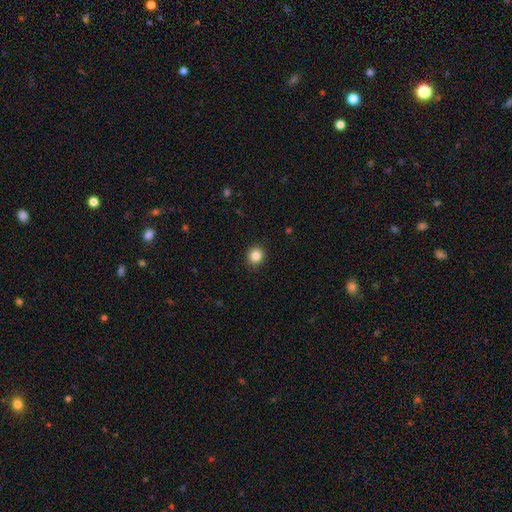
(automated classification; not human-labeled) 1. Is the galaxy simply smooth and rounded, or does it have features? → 85% smooth, 11% star or artifact, 5% featured or disk.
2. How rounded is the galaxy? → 85% round, 14% in between, 1% cigar-shaped.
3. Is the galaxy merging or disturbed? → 91% none, 6% minor disturbance, 2% major disturbance, 1% merger.